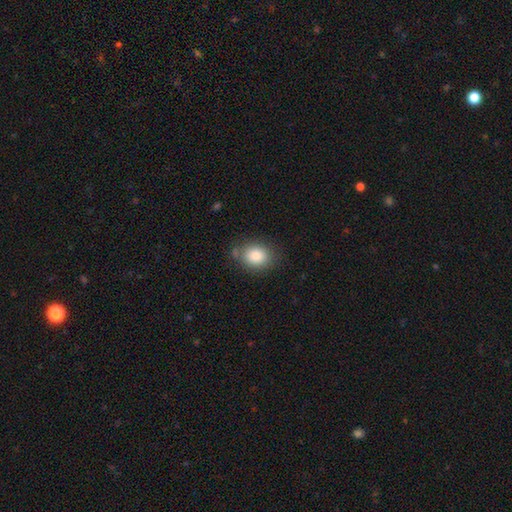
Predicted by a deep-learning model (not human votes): A smooth galaxy with no disk features (84%) that is in between round and cigar-shaped (51%).

Vote fractions:
- Smooth or featured? smooth: 84% / star or artifact: 9% / featured or disk: 7%
- How rounded? in between: 51% / round: 48% / cigar-shaped: 1%
- Merging? none: 75% / minor disturbance: 16% / major disturbance: 4% / merger: 4%